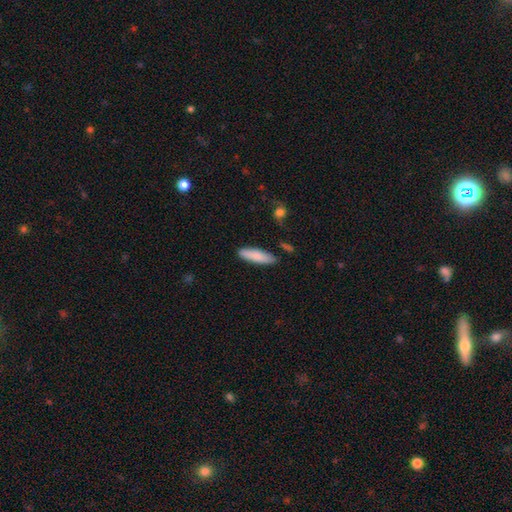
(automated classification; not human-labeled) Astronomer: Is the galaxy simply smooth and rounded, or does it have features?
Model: smooth — 84%.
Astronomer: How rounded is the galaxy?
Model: cigar-shaped — 65%.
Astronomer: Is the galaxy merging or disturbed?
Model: none — 84%.